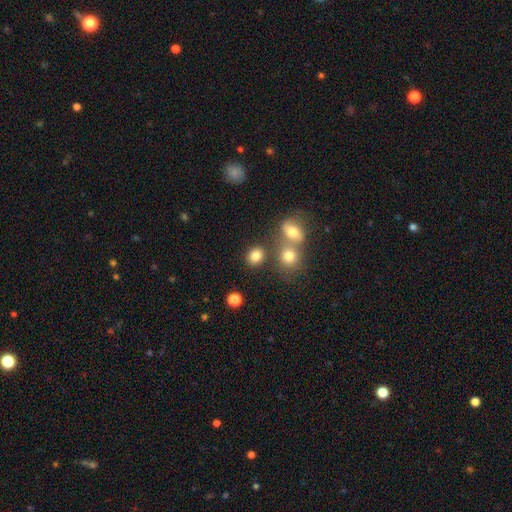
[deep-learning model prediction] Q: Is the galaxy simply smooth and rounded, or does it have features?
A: smooth — 81%.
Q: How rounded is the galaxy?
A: round — 62%.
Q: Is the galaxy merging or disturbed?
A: none — 69%.